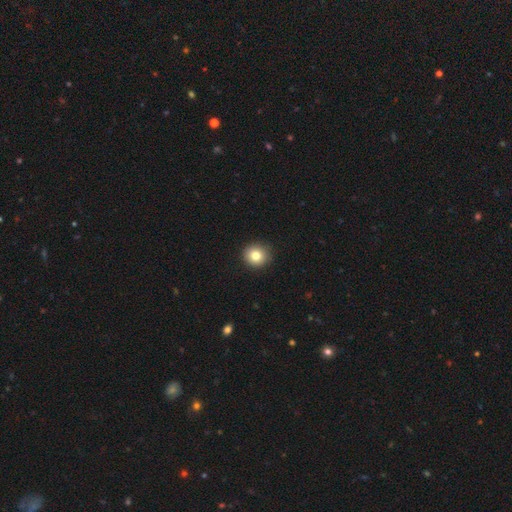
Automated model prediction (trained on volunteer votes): smooth 82%, star or artifact 10%, featured or disk 8%. Down the decision tree: how rounded — round (92%); merging — none (91%).